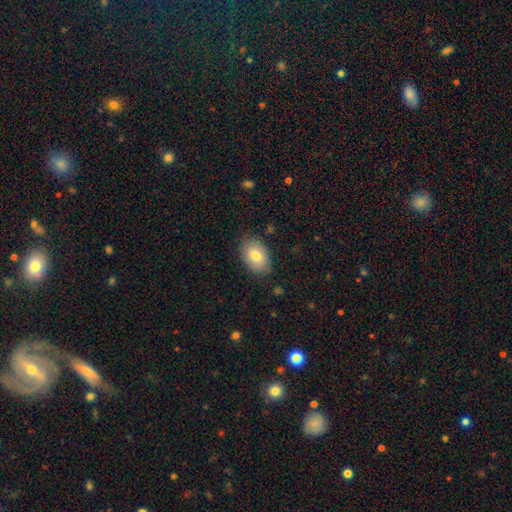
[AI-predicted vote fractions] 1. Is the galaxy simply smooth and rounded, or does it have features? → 80% smooth, 13% featured or disk, 7% star or artifact.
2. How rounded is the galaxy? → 89% in between, 10% round, 1% cigar-shaped.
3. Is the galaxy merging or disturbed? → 83% none, 13% minor disturbance, 3% major disturbance, 1% merger.